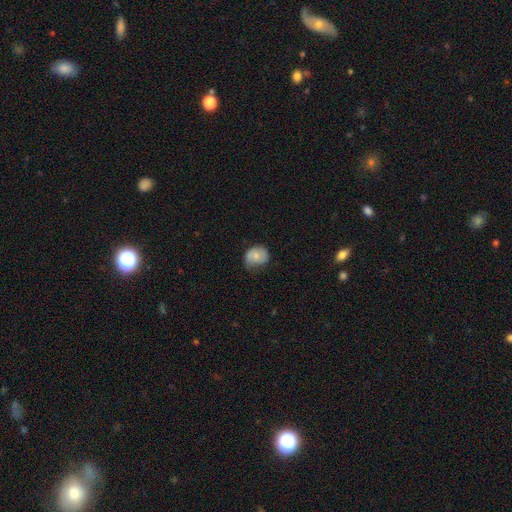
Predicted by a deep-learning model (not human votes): This is likely a smooth galaxy (64%). How rounded: possibly round (58%). Merging: possibly none (48%).